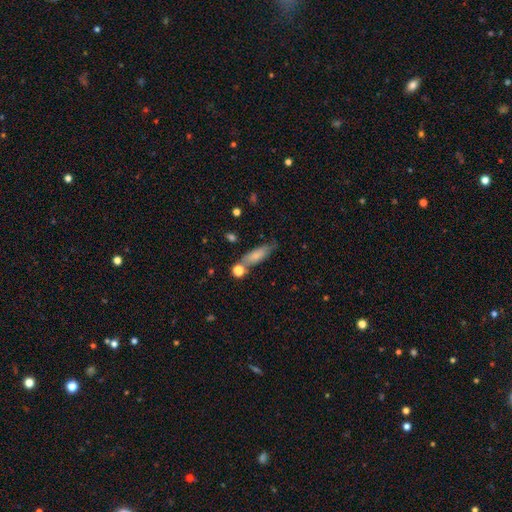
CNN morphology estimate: Smooth or featured?
  - smooth: 75% *
  - featured or disk: 17%
  - star or artifact: 8%
How rounded?
  - in between: 50% *
  - cigar-shaped: 46%
  - round: 3%
Merging?
  - none: 62% *
  - minor disturbance: 19%
  - merger: 13%
  - major disturbance: 6%